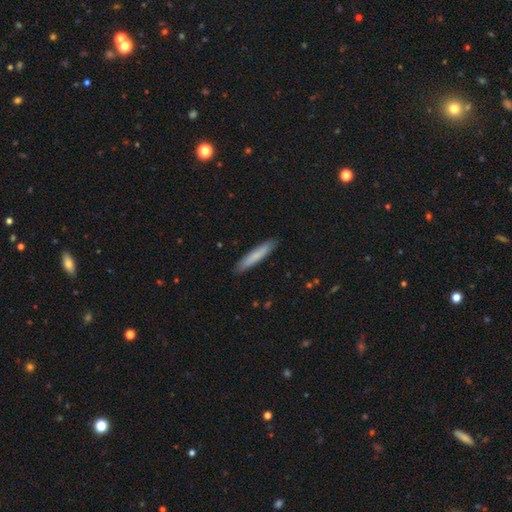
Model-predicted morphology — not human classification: Overall: smooth (77%). How rounded: cigar-shaped (92%). Merging: none (90%).